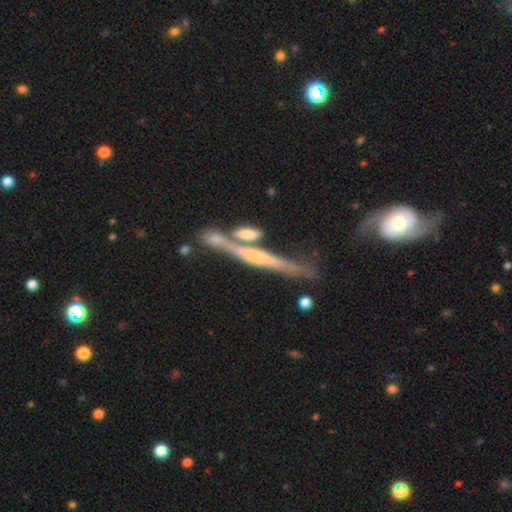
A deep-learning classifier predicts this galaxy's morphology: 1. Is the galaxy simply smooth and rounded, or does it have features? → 70% featured or disk, 22% smooth, 8% star or artifact.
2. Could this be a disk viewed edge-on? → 91% yes, 9% no.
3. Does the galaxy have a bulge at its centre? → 40% rounded, 38% none, 23% boxy.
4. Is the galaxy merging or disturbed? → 50% none, 28% merger, 15% minor disturbance, 7% major disturbance.